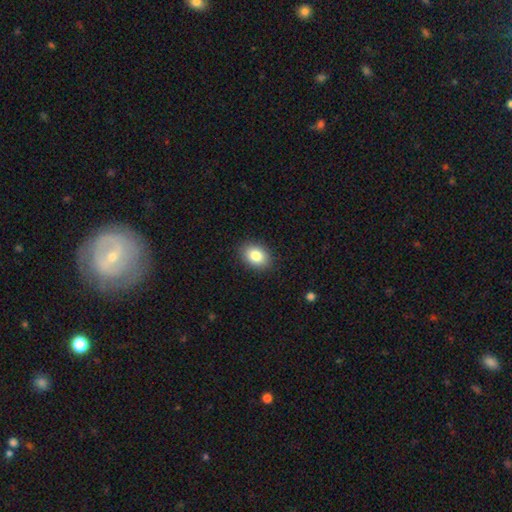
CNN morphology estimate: The model was most divided on "how rounded": in between: 69%, round: 30%, cigar-shaped: 1%. More confident: merging — none (90%); smooth or featured — smooth (84%).